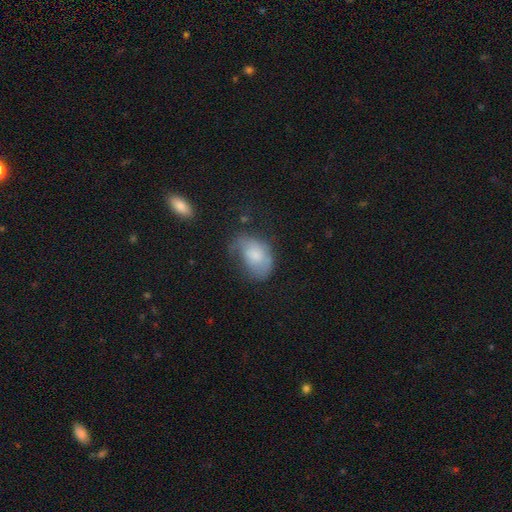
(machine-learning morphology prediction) A smooth galaxy with no disk features (63%) that is in between round and cigar-shaped (84%).

Vote fractions:
- Smooth or featured? smooth: 63% / featured or disk: 29% / star or artifact: 8%
- How rounded? in between: 84% / round: 14% / cigar-shaped: 1%
- Merging? minor disturbance: 35% / none: 32% / major disturbance: 30% / merger: 3%